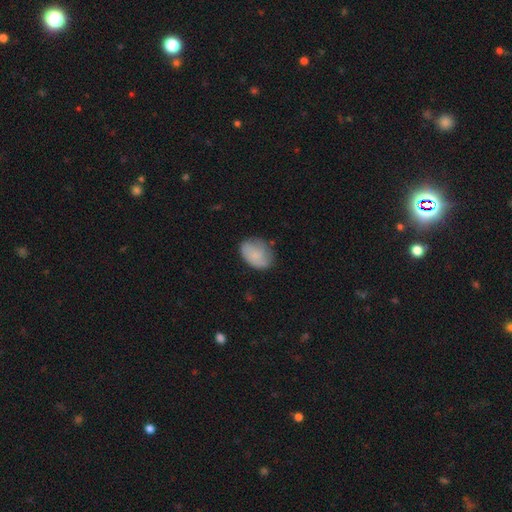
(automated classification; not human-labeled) smooth 79%, featured or disk 13%, star or artifact 7%. Down the decision tree: how rounded — in between (70%); merging — none (62%).